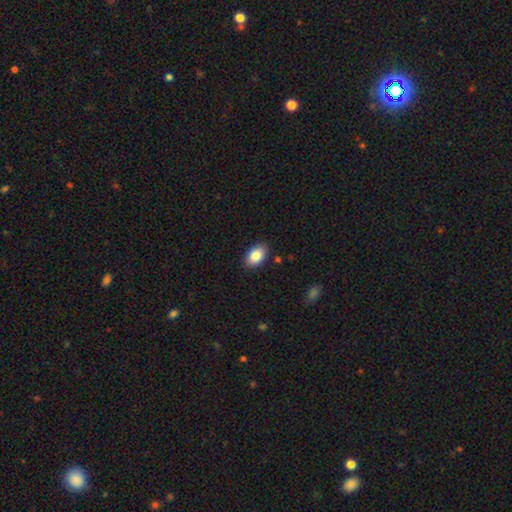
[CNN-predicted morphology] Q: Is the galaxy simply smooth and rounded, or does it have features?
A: smooth — 87%.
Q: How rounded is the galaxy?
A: in between — 92%.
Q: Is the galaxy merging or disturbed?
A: none — 87%.